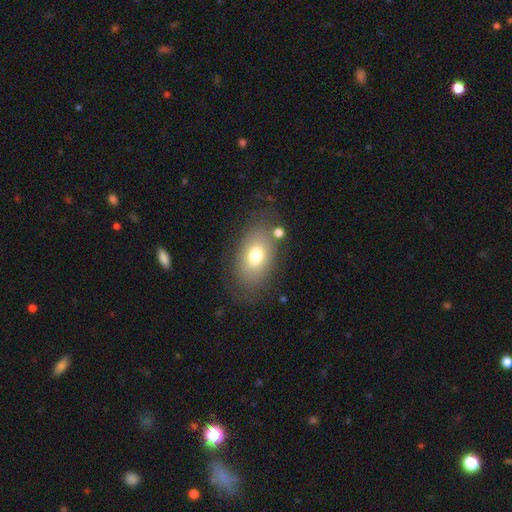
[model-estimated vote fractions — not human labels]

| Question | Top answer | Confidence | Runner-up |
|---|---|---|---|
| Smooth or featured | smooth | 72% | featured or disk (18%) |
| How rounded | in between | 86% | round (12%) |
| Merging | none | 72% | minor disturbance (15%) |